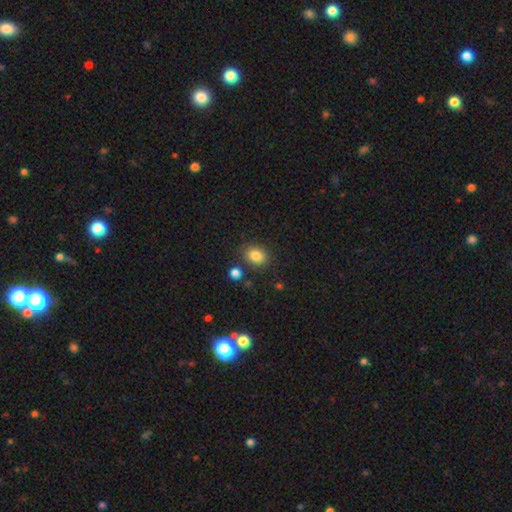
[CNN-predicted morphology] Smooth or featured: smooth — 83% (star or artifact — 10%)
How rounded: in between — 56% (round — 43%)
Merging: none — 80% (minor disturbance — 11%)